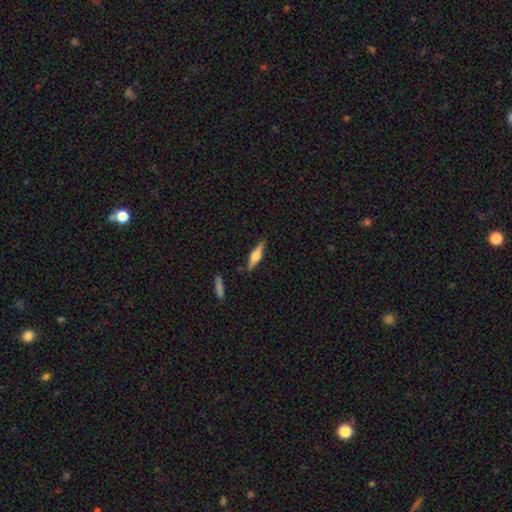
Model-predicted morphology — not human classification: This appears to be a featured or disk galaxy (53%) viewed edge-on (95%) with a rounded central bulge (88%). Merging: none (86%).